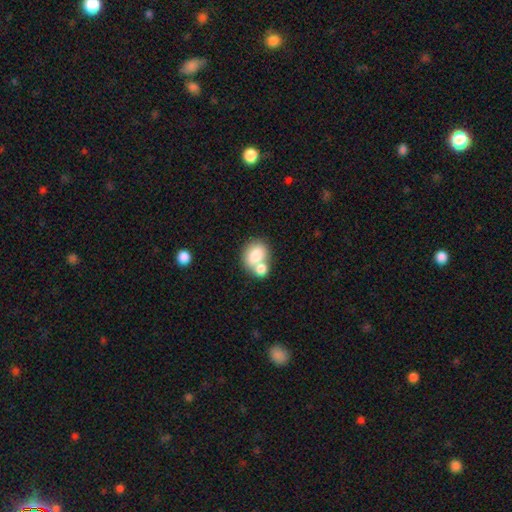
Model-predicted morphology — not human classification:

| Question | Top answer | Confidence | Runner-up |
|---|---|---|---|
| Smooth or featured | smooth | 77% | featured or disk (14%) |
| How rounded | round | 50% | in between (49%) |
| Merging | merger | 54% | none (33%) |